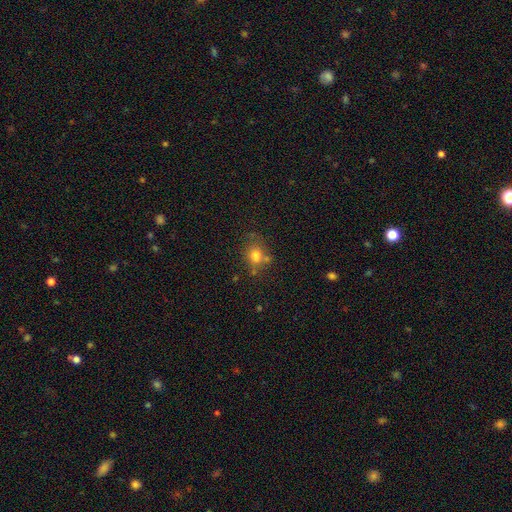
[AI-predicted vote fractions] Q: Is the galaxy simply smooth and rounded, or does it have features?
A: smooth — 73%.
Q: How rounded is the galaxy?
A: round — 62%.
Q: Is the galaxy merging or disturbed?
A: none — 59%.